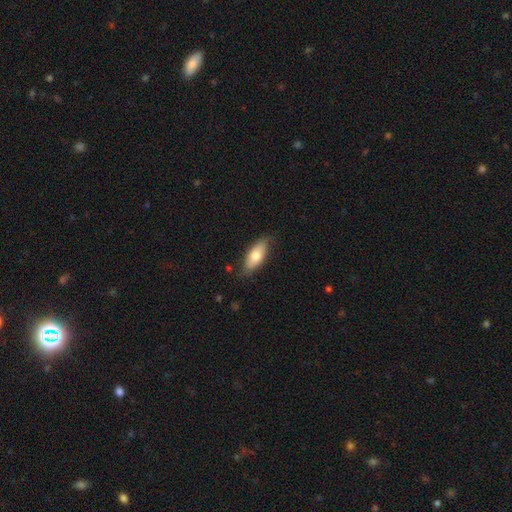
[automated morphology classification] A smooth galaxy with no disk features (73%) that is in between round and cigar-shaped (79%). Merging: none (80%).